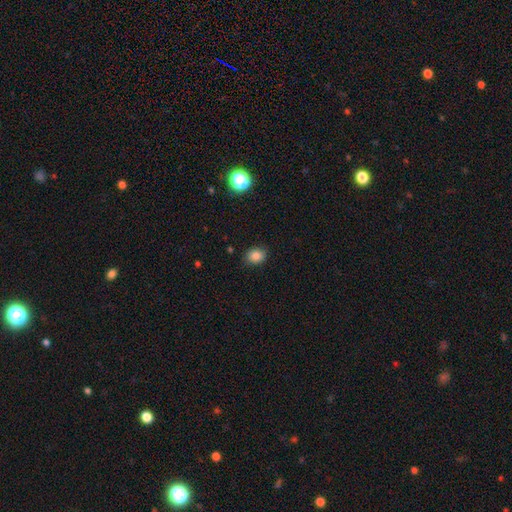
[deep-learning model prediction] smooth 84%, star or artifact 11%, featured or disk 5%. Down the decision tree: how rounded — in between (58%); merging — none (84%).